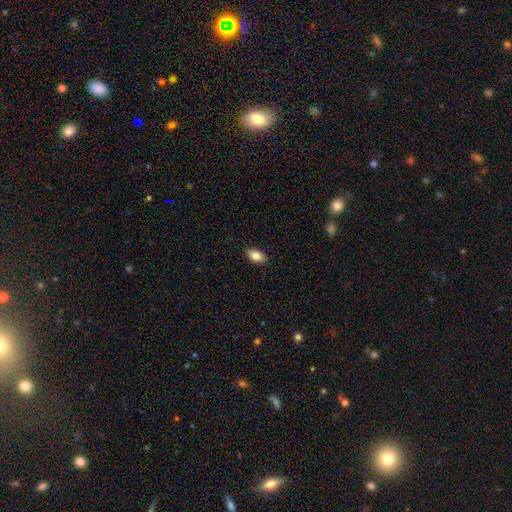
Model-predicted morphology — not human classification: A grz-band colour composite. It shows a smooth galaxy with no disk features (85%) that is in between round and cigar-shaped (91%). Merging: none (88%).